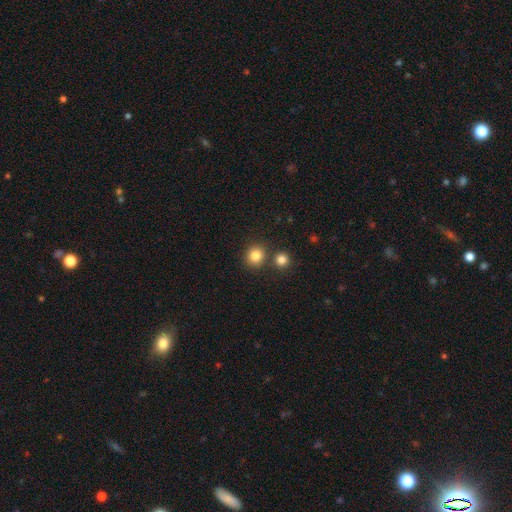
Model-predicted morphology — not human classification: Q: Smooth or featured?
A: smooth (83%); runner-up: star or artifact (12%)
Q: How rounded?
A: round (86%); runner-up: in between (13%)
Q: Merging?
A: none (76%); runner-up: merger (14%)